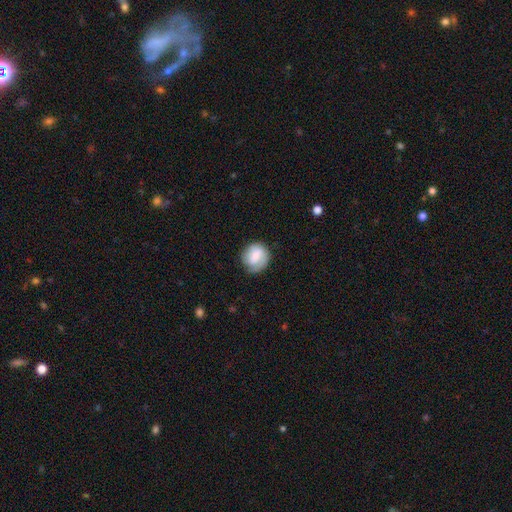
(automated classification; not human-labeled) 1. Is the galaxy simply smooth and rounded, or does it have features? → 59% smooth, 34% featured or disk, 7% star or artifact.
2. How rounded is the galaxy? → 76% round, 23% in between, 1% cigar-shaped.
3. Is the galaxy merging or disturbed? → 67% none, 22% minor disturbance, 9% major disturbance, 2% merger.